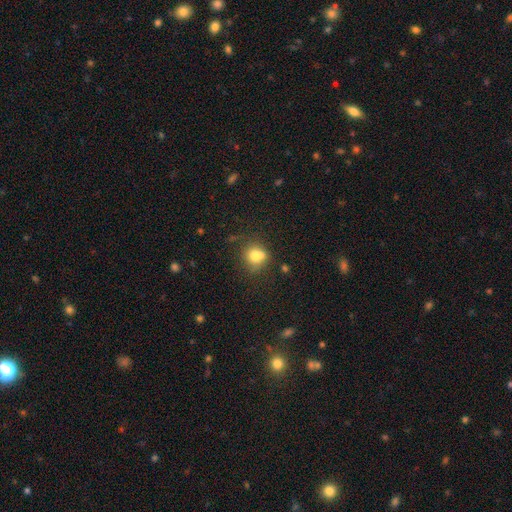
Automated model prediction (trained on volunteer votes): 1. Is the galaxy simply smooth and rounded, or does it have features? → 74% smooth, 14% featured or disk, 12% star or artifact.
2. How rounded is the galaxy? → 76% round, 23% in between, 1% cigar-shaped.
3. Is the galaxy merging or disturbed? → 49% none, 26% merger, 18% minor disturbance, 7% major disturbance.